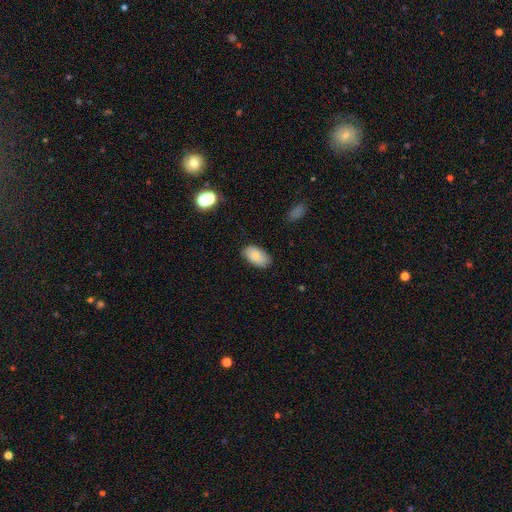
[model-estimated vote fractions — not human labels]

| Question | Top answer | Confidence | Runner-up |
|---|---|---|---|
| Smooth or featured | smooth | 81% | featured or disk (12%) |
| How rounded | in between | 94% | round (4%) |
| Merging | none | 82% | minor disturbance (14%) |